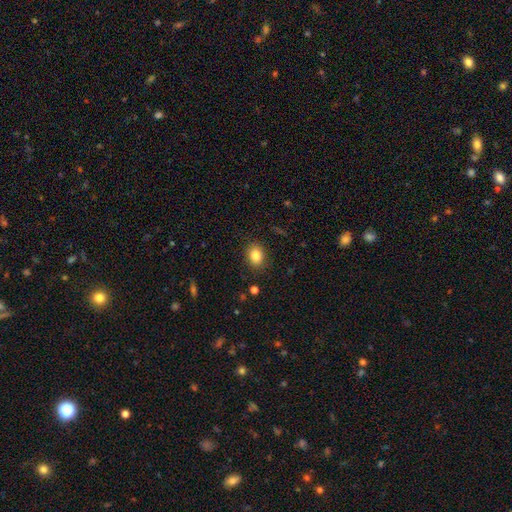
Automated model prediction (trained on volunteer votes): Overall: smooth (85%). How rounded: in between (56%; round 43%). Merging: none (85%).